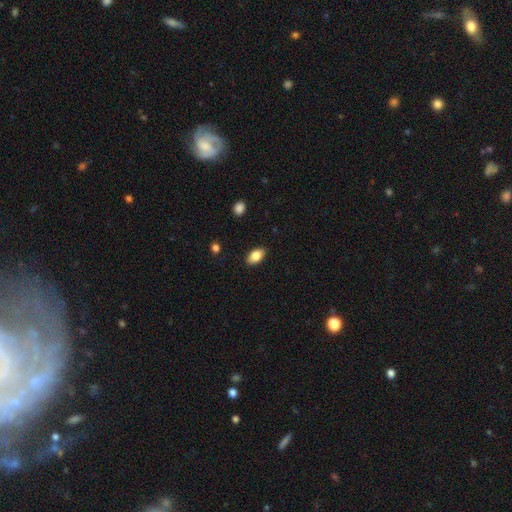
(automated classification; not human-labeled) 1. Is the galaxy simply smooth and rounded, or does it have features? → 84% smooth, 9% featured or disk, 7% star or artifact.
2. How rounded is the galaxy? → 92% in between, 5% round, 3% cigar-shaped.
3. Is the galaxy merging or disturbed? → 88% none, 9% minor disturbance, 2% major disturbance, 1% merger.